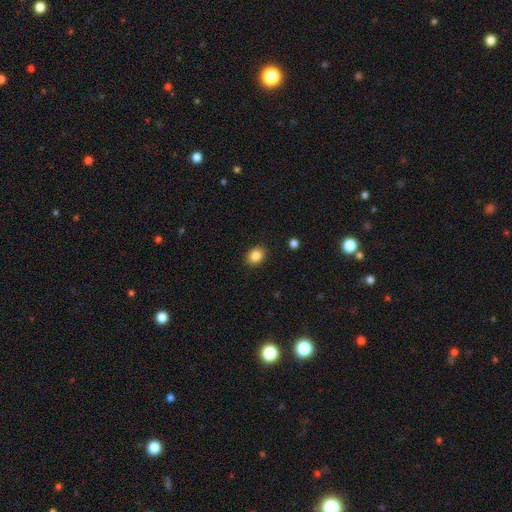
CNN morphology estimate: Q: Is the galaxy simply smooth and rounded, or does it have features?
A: smooth — 85%.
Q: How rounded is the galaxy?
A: in between — 55%.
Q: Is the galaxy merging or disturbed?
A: none — 90%.